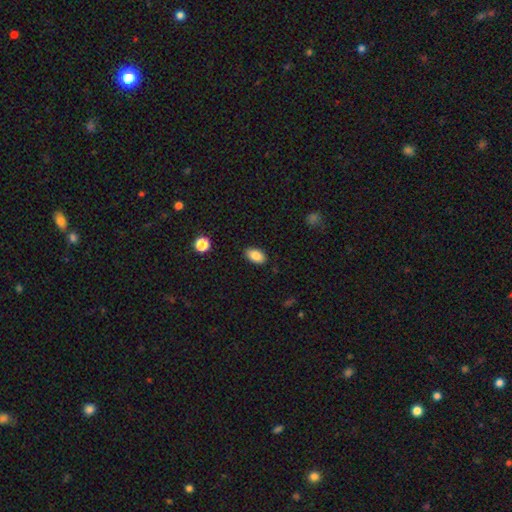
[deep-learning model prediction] Smooth or featured: smooth — 86% (star or artifact — 8%)
How rounded: in between — 91% (round — 7%)
Merging: none — 86% (minor disturbance — 11%)